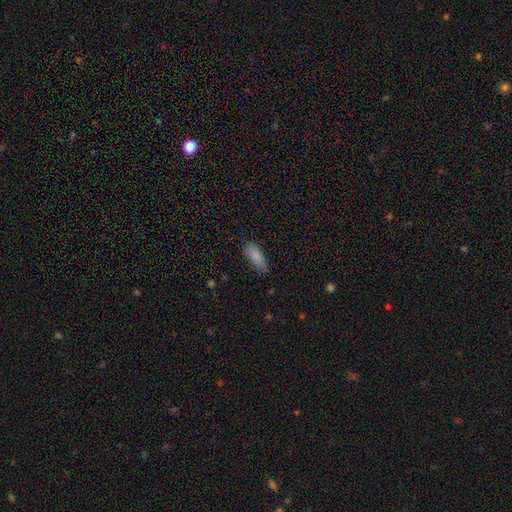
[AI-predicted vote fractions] This is clearly a smooth galaxy (84%). How rounded: likely in between (77%). Merging: likely none (80%).